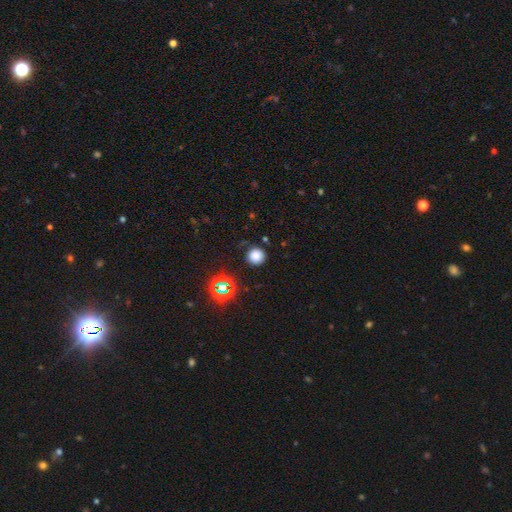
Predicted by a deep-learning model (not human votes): smooth-or-featured: smooth: 76% | star or artifact: 19% | featured or disk: 5%
  how-rounded: round: 95% | in between: 4% | cigar-shaped: 1%
  merging: none: 87% | minor disturbance: 8% | major disturbance: 3% | merger: 2%